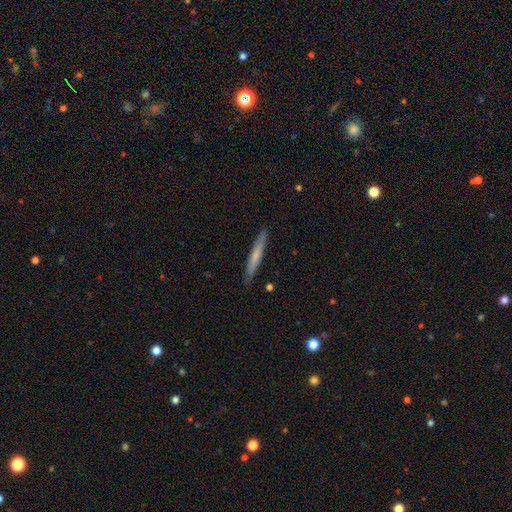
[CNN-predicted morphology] smooth_or_featured: smooth (p=0.65) [alt: featured or disk p=0.30]
how_rounded: cigar-shaped (p=0.96) [alt: in between p=0.03]
merging: none (p=0.88) [alt: minor disturbance p=0.09]